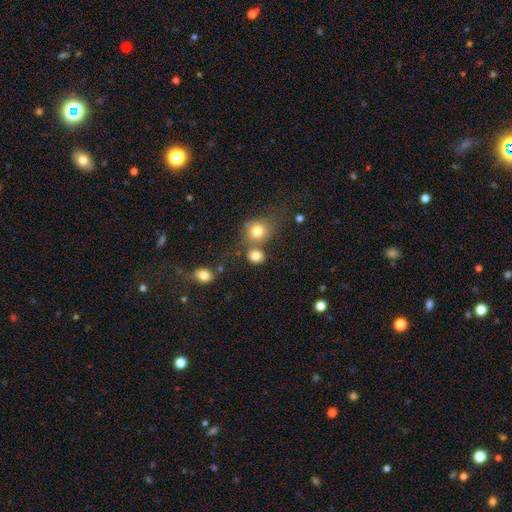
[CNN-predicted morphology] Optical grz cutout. It shows a smooth galaxy with no disk features (80%) that is round (73%). Merging: none (55%).